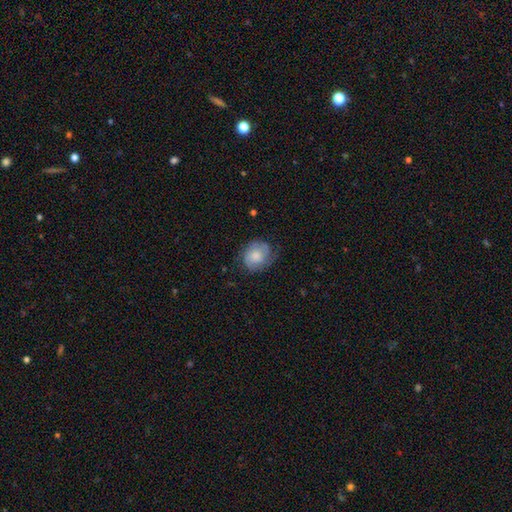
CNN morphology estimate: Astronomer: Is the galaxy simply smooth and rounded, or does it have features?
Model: smooth — 53% (runner-up: featured or disk, 39%).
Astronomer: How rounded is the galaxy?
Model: round — 69%.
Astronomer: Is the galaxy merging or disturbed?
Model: none — 62%.